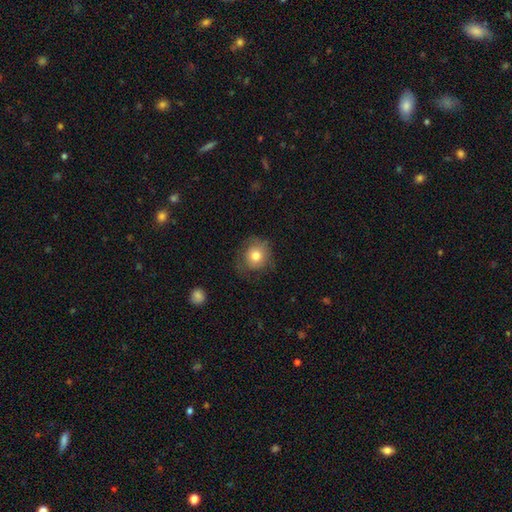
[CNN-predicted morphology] The model was most divided on "merging": none: 63%, minor disturbance: 23%, major disturbance: 13%, merger: 1%. More confident: how rounded — round (85%); smooth or featured — smooth (75%).